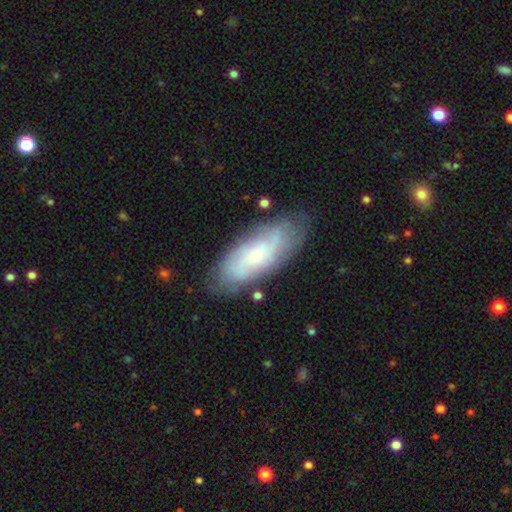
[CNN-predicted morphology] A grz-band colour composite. It shows a featured or disk galaxy (60%) with no bar (72%), spiral arms (80%) and a small central bulge (72%). Merging: none (74%).